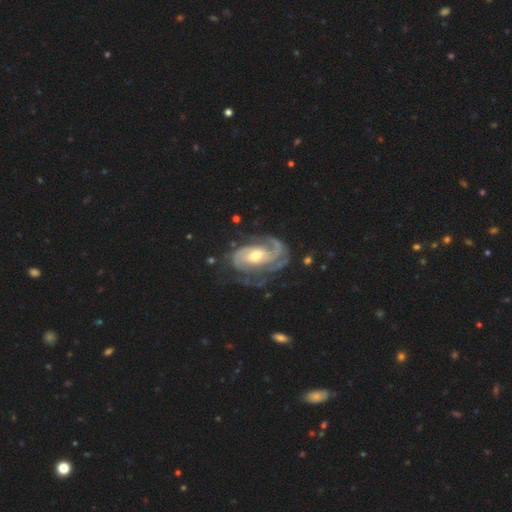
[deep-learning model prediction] Q: Smooth or featured?
A: featured or disk (91%); runner-up: smooth (5%)
Q: Edge-on disk?
A: no (97%); runner-up: yes (3%)
Q: Bar?
A: no (45%); runner-up: weak (39%)
Q: Spiral arms?
A: yes (97%); runner-up: no (3%)
Q: Spiral winding?
A: tight (56%); runner-up: medium (35%)
Q: Spiral arm count?
A: 2 (44%); runner-up: 3 (21%)
Q: Bulge size?
A: moderate (64%); runner-up: small (28%)
Q: Merging?
A: none (62%); runner-up: minor disturbance (20%)